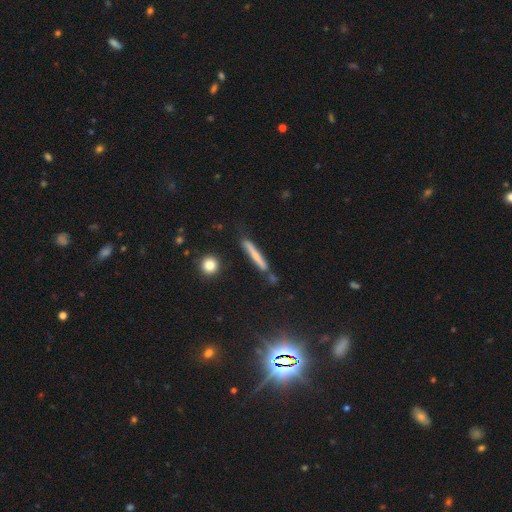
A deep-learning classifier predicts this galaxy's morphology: Smooth or featured? Predicted: smooth (p=0.59). How rounded? Predicted: cigar-shaped (p=0.95). Merging? Predicted: none (p=0.80).